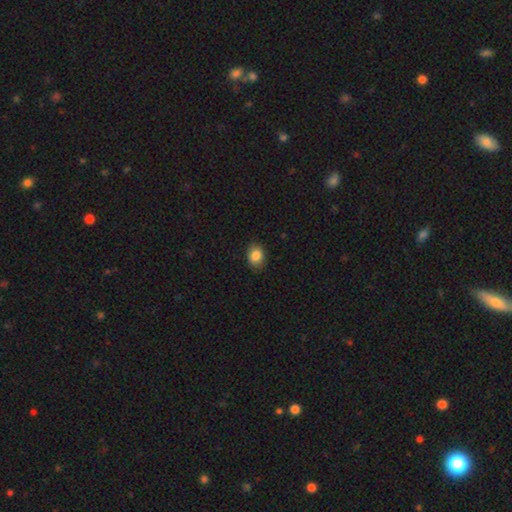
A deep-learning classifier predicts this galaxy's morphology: A smooth galaxy with no disk features (85%) that is in between round and cigar-shaped (58%). Merging: none (87%).